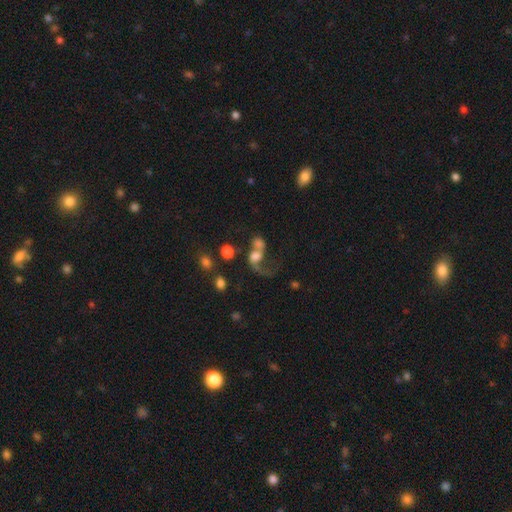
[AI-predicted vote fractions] A featured or disk galaxy (47%).

Vote fractions:
- Smooth or featured? featured or disk: 47% / smooth: 39% / star or artifact: 14%
- Merging? merger: 55% / major disturbance: 23% / none: 16% / minor disturbance: 7%